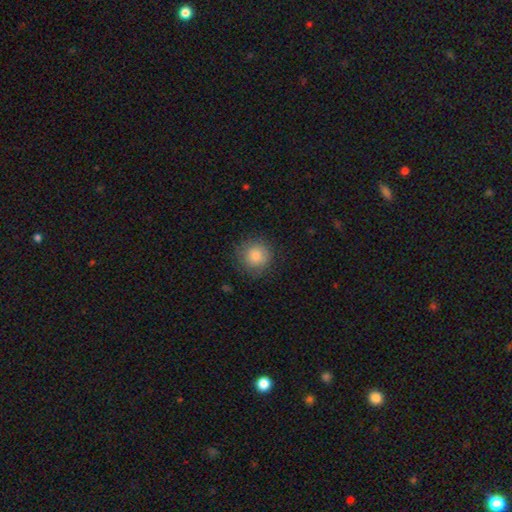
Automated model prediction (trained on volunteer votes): The model was most divided on "smooth or featured": smooth: 82%, star or artifact: 10%, featured or disk: 7%. More confident: how rounded — round (94%); merging — none (86%).